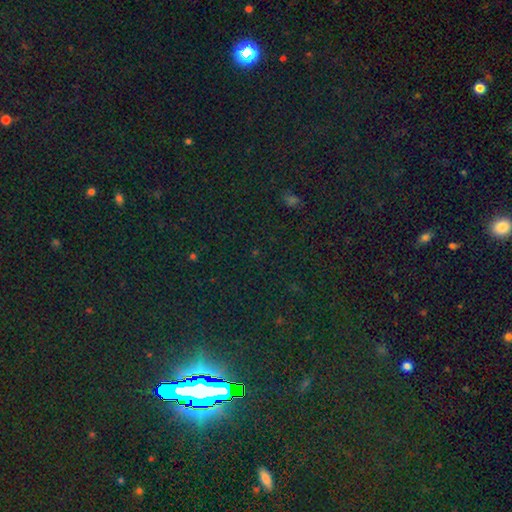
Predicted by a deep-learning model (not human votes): A star or artifact, not a galaxy (81%).